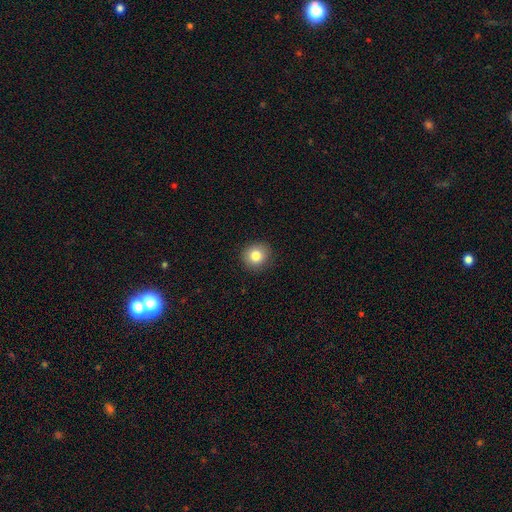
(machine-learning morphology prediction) smooth 83%, star or artifact 10%, featured or disk 7%. Down the decision tree: how rounded — round (90%); merging — none (91%).